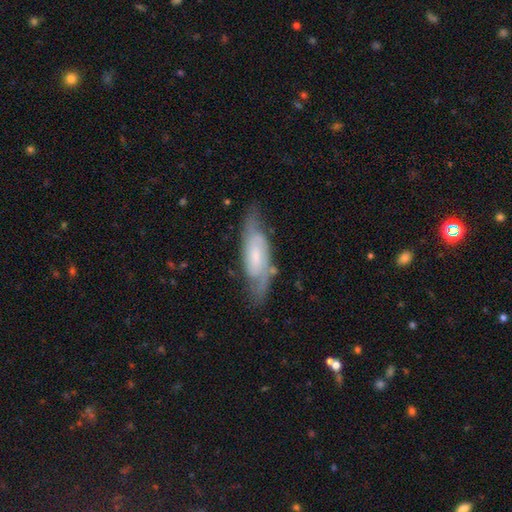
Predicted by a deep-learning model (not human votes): Q: Smooth or featured?
A: featured or disk (72%); runner-up: smooth (22%)
Q: Edge-on disk?
A: no (82%); runner-up: yes (18%)
Q: Bar?
A: no (48%); runner-up: weak (40%)
Q: Spiral arms?
A: yes (91%); runner-up: no (9%)
Q: Spiral winding?
A: medium (46%); runner-up: tight (32%)
Q: Spiral arm count?
A: 2 (74%); runner-up: can't tell (17%)
Q: Bulge size?
A: small (56%); runner-up: moderate (28%)
Q: Merging?
A: none (69%); runner-up: minor disturbance (21%)